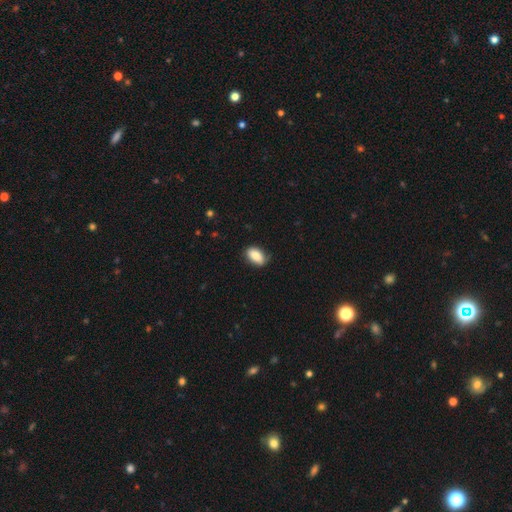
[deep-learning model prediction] Overall: smooth (84%). How rounded: in between (91%). Merging: none (79%).